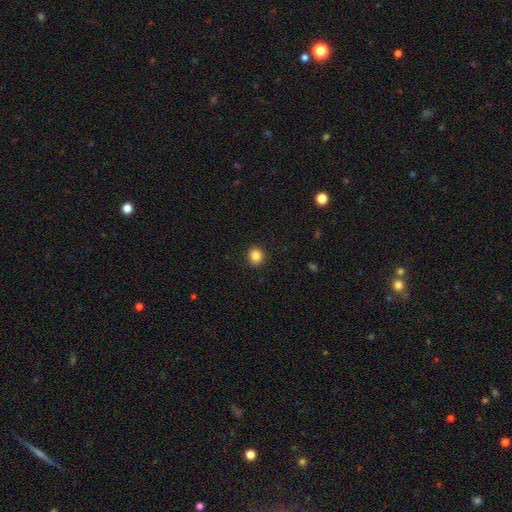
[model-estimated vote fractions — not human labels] Smooth or featured: smooth — 86% (star or artifact — 10%)
How rounded: round — 82% (in between — 17%)
Merging: none — 92% (minor disturbance — 5%)